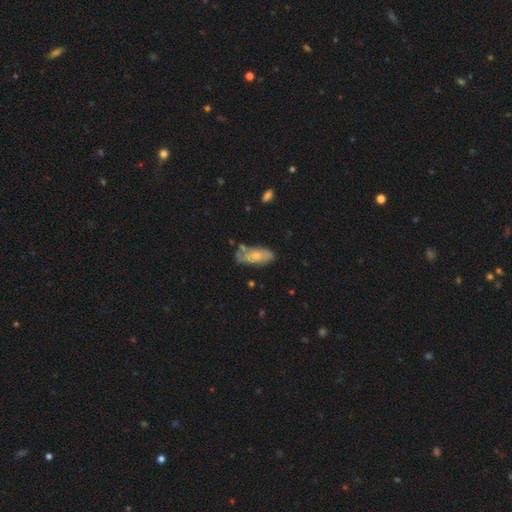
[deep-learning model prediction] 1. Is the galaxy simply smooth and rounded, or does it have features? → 60% smooth, 33% featured or disk, 7% star or artifact.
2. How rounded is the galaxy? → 81% in between, 16% cigar-shaped, 3% round.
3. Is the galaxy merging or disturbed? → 52% none, 30% minor disturbance, 9% major disturbance, 9% merger.